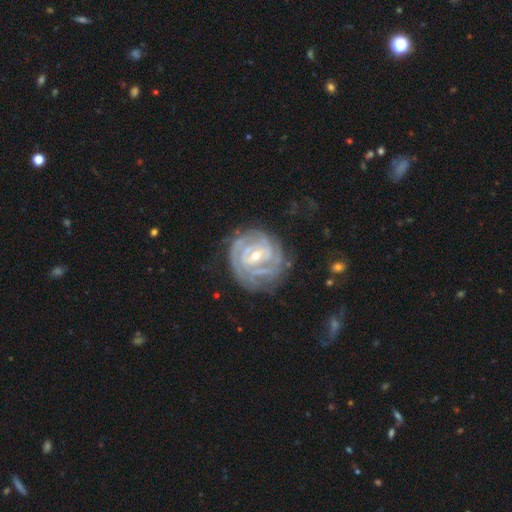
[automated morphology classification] smooth-or-featured: featured or disk: 87% | smooth: 7% | star or artifact: 6%
  disk-edge-on: no: 97% | yes: 3%
    bar: weak: 45% | no: 29% | strong: 27%
    has-spiral-arms: yes: 95% | no: 5%
      spiral-winding: tight: 80% | medium: 16% | loose: 3%
      spiral-arm-count: can't tell: 34% | 2: 20% | 3: 20% | 4: 14% | more than 4: 6% | 1: 6%
    bulge-size: small: 55% | moderate: 42% | large: 2% | none: 1% | dominant: 1%
  merging: none: 70% | minor disturbance: 19% | major disturbance: 9% | merger: 2%